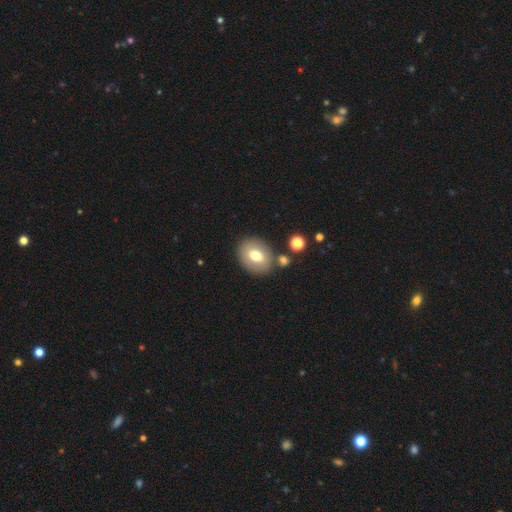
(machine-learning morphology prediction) smooth_or_featured: smooth (p=0.70) [alt: featured or disk p=0.22]
how_rounded: in between (p=0.57) [alt: round p=0.42]
merging: none (p=0.77) [alt: minor disturbance p=0.11]